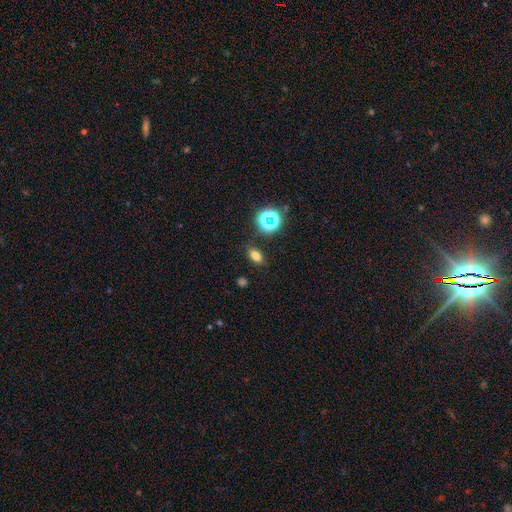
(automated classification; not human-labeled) smooth 71%, star or artifact 20%, featured or disk 9%. Down the decision tree: how rounded — in between (80%); merging — none (84%).